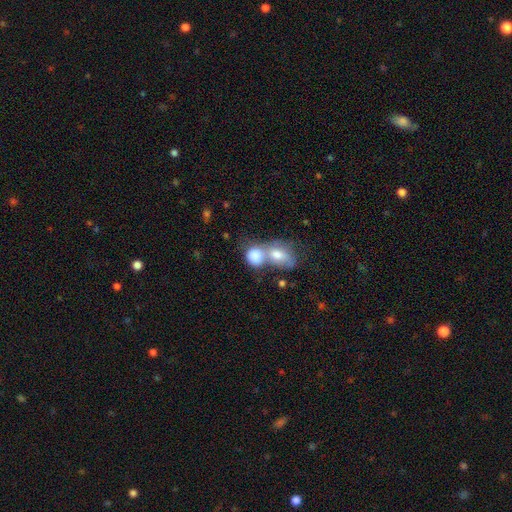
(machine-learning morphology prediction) This is likely a smooth galaxy (78%). How rounded: possibly in between (50%). Merging: likely merger (71%).